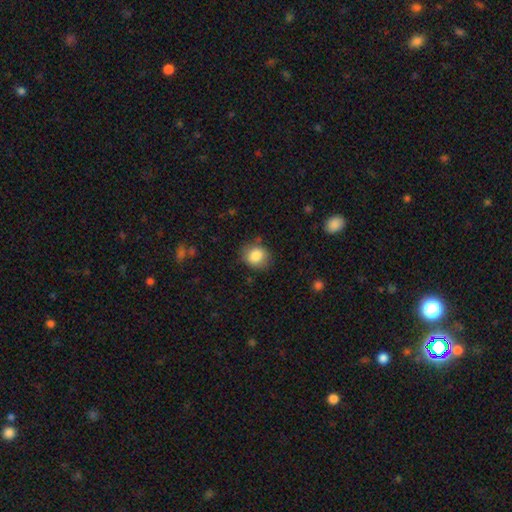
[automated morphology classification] Smooth or featured? Predicted: smooth (p=0.85). How rounded? Predicted: round (p=0.72). Merging? Predicted: none (p=0.78).